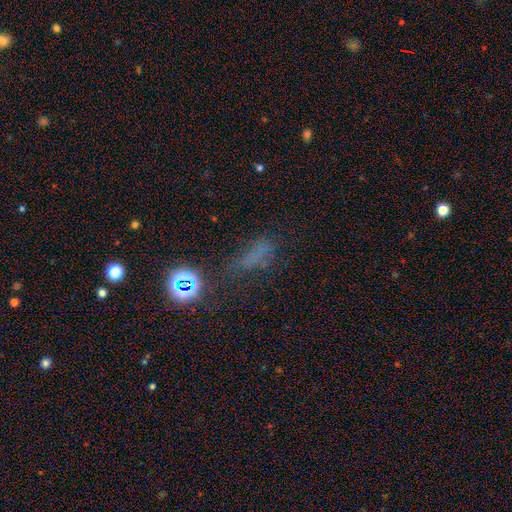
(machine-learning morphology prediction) Smooth or featured? star or artifact (42%)